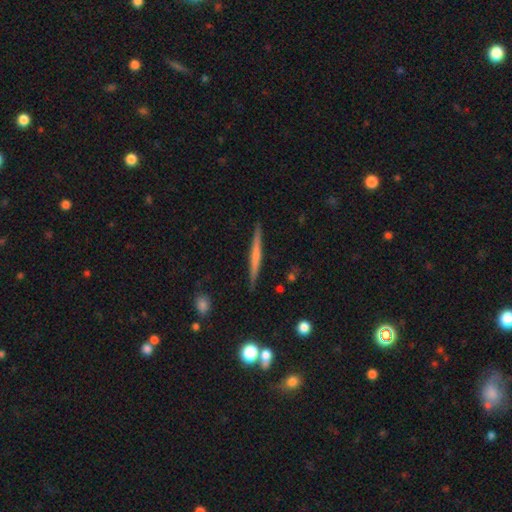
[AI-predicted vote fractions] Overall: featured or disk (50%; smooth 44%). Edge-on disk: yes (97%). Merging: none (89%).